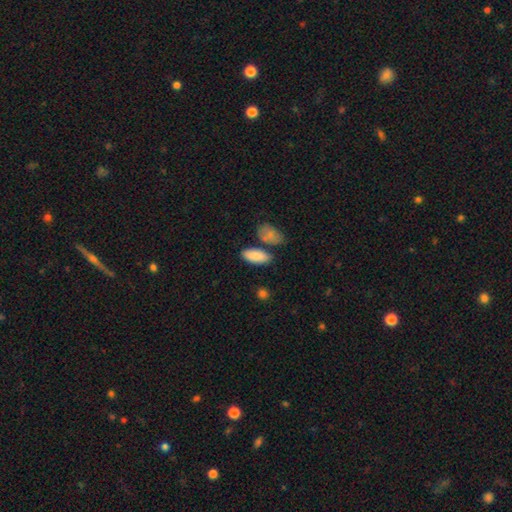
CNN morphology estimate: smooth_or_featured: smooth (p=0.87) [alt: featured or disk p=0.07]
how_rounded: in between (p=0.89) [alt: cigar-shaped p=0.08]
merging: none (p=0.67) [alt: merger p=0.15]